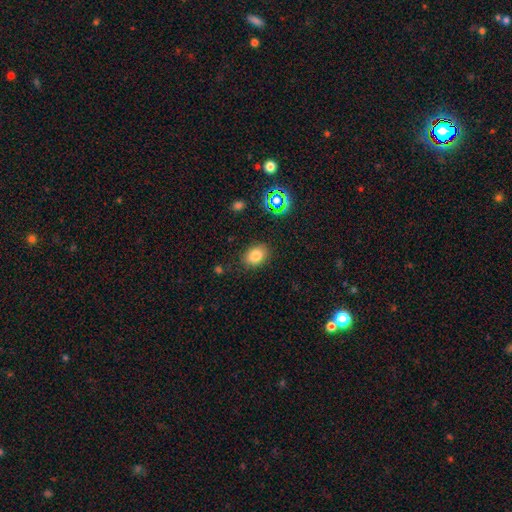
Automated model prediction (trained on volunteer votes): A smooth galaxy with no disk features (81%) that is in between round and cigar-shaped (74%).

Vote fractions:
- Smooth or featured? smooth: 81% / star or artifact: 12% / featured or disk: 7%
- How rounded? in between: 74% / round: 25% / cigar-shaped: 1%
- Merging? none: 84% / minor disturbance: 11% / major disturbance: 3% / merger: 2%